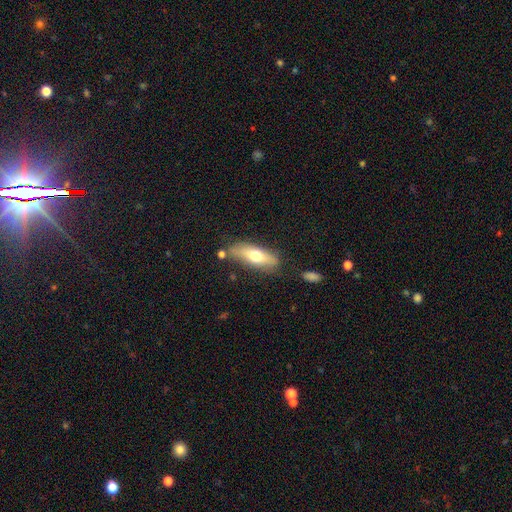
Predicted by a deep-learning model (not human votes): smooth-or-featured: smooth: 62% | featured or disk: 32% | star or artifact: 6%
  how-rounded: in between: 53% | cigar-shaped: 44% | round: 3%
  merging: none: 72% | minor disturbance: 17% | merger: 6% | major disturbance: 4%